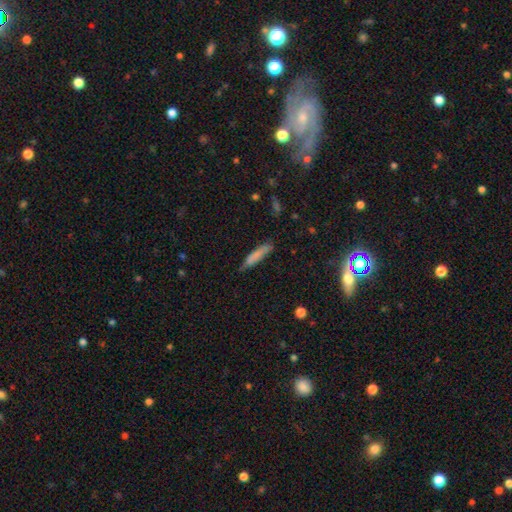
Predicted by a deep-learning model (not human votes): Overall: smooth (77%). How rounded: cigar-shaped (87%). Merging: none (73%).